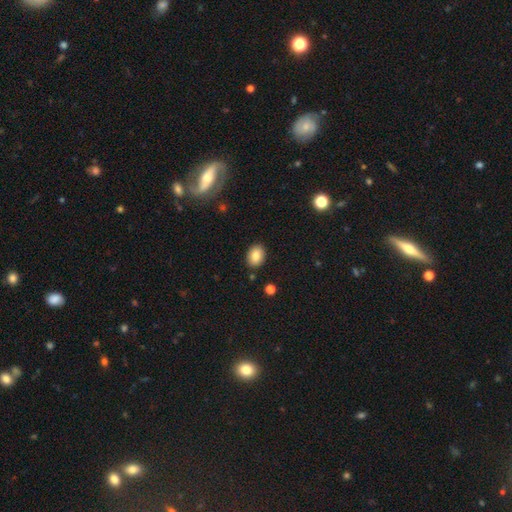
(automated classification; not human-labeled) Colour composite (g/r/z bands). It shows a smooth galaxy with no disk features (83%) that is in between round and cigar-shaped (68%). Merging: none (88%).